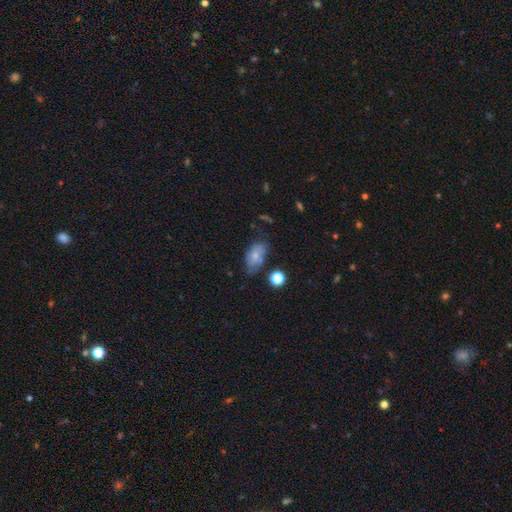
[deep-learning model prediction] smooth_or_featured: smooth (p=0.67) [alt: featured or disk p=0.23]
how_rounded: in between (p=0.89) [alt: round p=0.08]
merging: none (p=0.54) [alt: minor disturbance p=0.29]